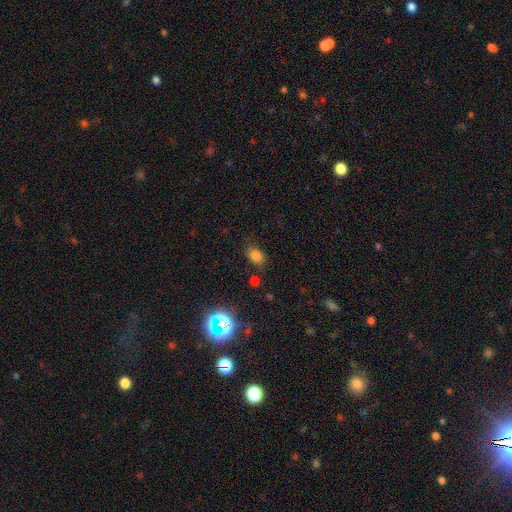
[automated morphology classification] This is likely a smooth galaxy (77%). How rounded: likely in between (69%). Merging: likely none (72%).